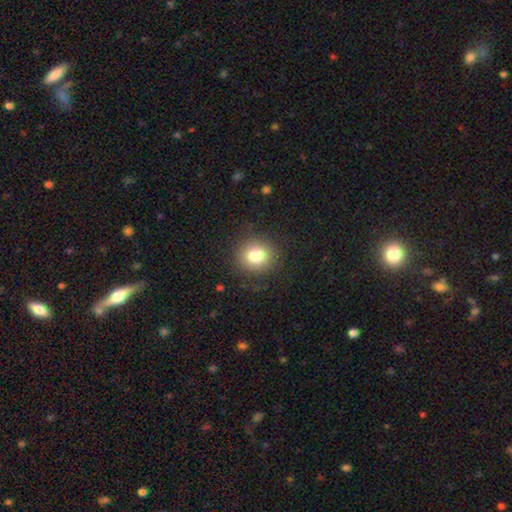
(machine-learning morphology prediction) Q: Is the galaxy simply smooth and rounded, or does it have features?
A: smooth — 80%.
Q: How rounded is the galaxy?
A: round — 83%.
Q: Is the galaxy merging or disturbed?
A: none — 86%.